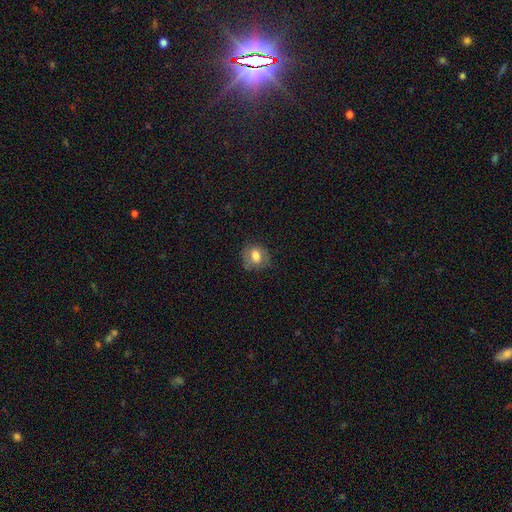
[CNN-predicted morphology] This appears to be a smooth galaxy with no disk features (71%) that is round (60%). Merging: none (70%).